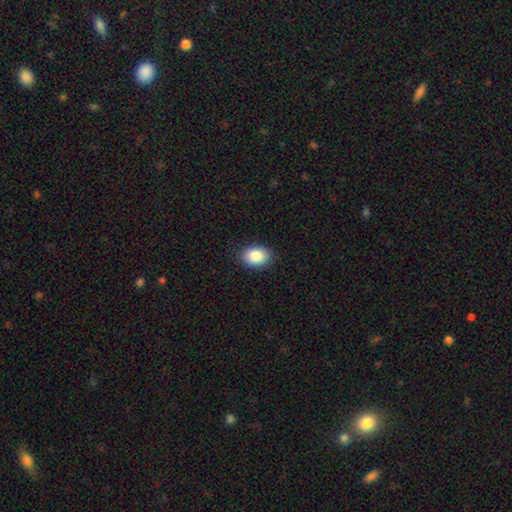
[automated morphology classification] smooth 88%, star or artifact 7%, featured or disk 4%. Down the decision tree: how rounded — in between (79%); merging — none (88%).